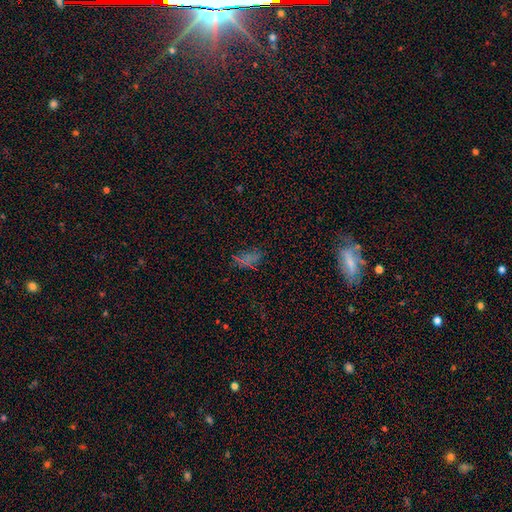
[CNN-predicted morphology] Overall: smooth (47%; star or artifact 34%). Merging: none (64%).